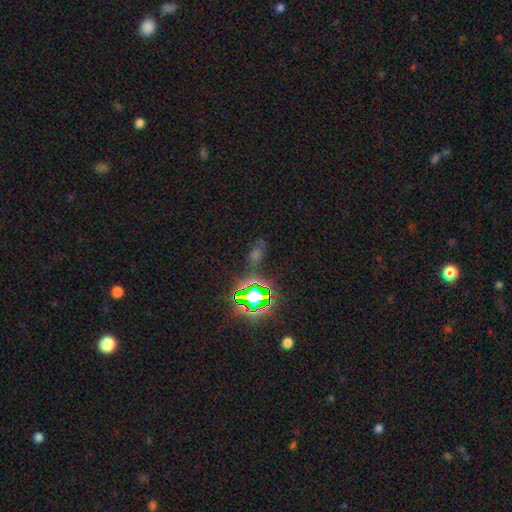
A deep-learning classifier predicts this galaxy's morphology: A star or artifact, not a galaxy (73%).

Vote fractions:
- Smooth or featured? star or artifact: 73% / smooth: 17% / featured or disk: 10%